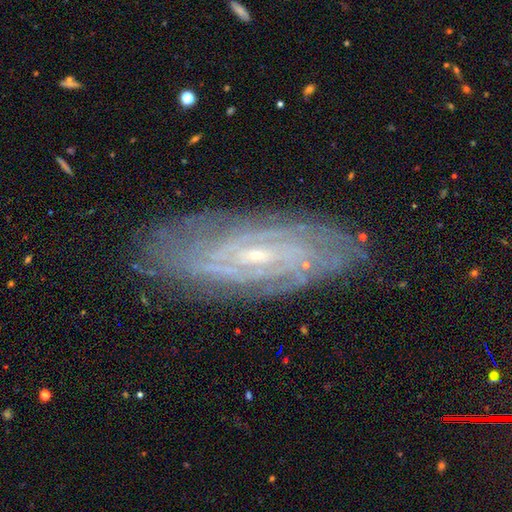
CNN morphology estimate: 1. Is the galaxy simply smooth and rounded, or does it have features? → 83% featured or disk, 9% smooth, 8% star or artifact.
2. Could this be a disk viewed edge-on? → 88% no, 12% yes.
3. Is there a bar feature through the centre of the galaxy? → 46% weak, 35% no, 19% strong.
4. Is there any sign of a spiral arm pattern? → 94% yes, 6% no.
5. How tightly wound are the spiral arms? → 71% tight, 23% medium, 6% loose.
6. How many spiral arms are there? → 43% can't tell, 24% 2, 11% 3, 9% 4, 7% more than 4, 6% 1.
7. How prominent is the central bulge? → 75% small, 19% moderate, 3% none, 1% large, 1% dominant.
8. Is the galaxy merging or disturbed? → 82% none, 13% minor disturbance, 3% major disturbance, 1% merger.